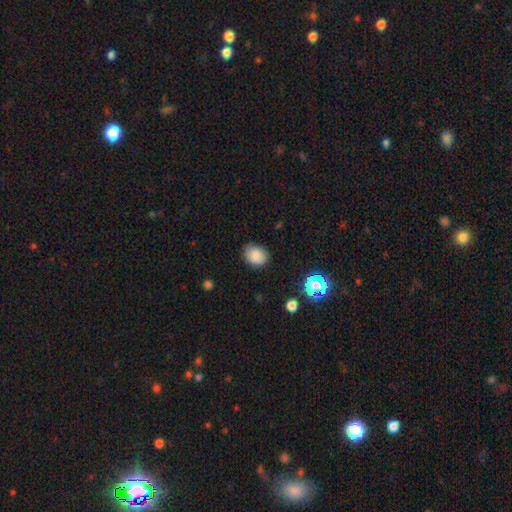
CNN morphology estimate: Q: Smooth or featured?
A: smooth (84%); runner-up: star or artifact (11%)
Q: How rounded?
A: in between (57%); runner-up: round (42%)
Q: Merging?
A: none (80%); runner-up: minor disturbance (15%)